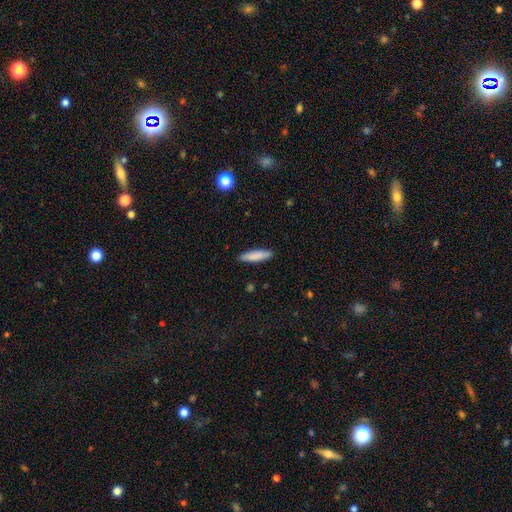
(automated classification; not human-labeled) A smooth galaxy with no disk features (84%) that is cigar-shaped (76%). Merging: none (87%).